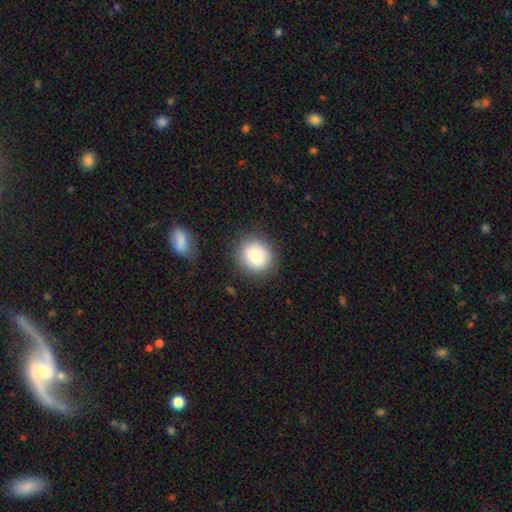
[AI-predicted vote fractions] Smooth or featured? Predicted: smooth (p=0.83). How rounded? Predicted: round (p=0.87). Merging? Predicted: none (p=0.85).